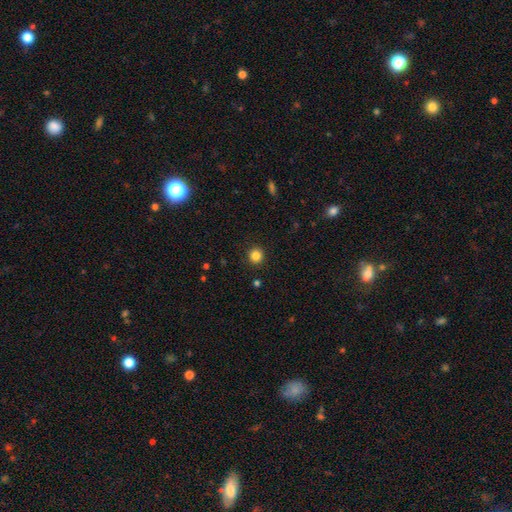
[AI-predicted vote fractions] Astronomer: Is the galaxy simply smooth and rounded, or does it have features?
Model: smooth — 84%.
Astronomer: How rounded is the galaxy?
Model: round — 94%.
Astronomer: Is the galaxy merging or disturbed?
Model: none — 92%.